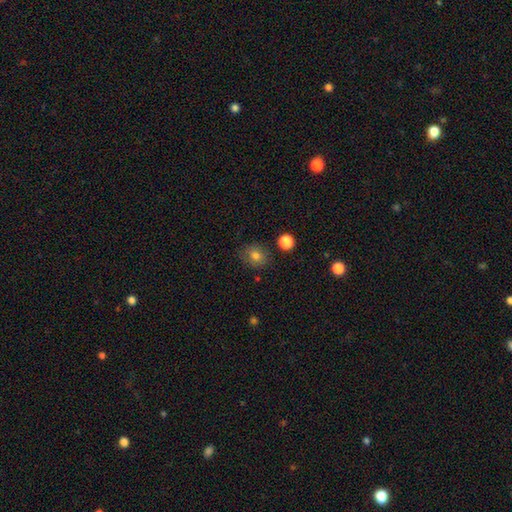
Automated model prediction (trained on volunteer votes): This is clearly a smooth galaxy (80%). How rounded: likely round (69%). Merging: likely none (78%).